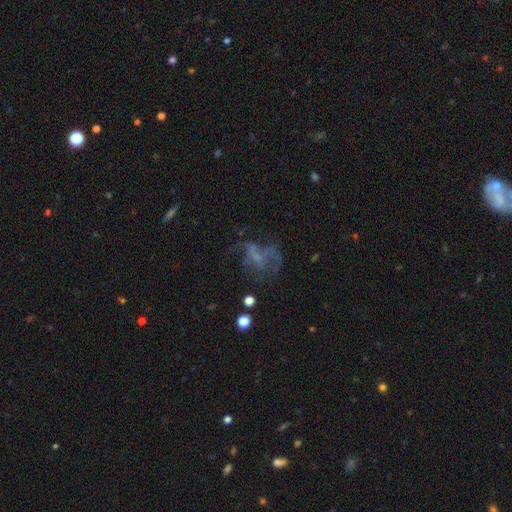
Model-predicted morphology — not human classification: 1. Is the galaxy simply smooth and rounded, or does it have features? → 48% featured or disk, 27% star or artifact, 25% smooth.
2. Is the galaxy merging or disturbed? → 39% none (tied), 39% major disturbance (tied), 16% minor disturbance, 6% merger.